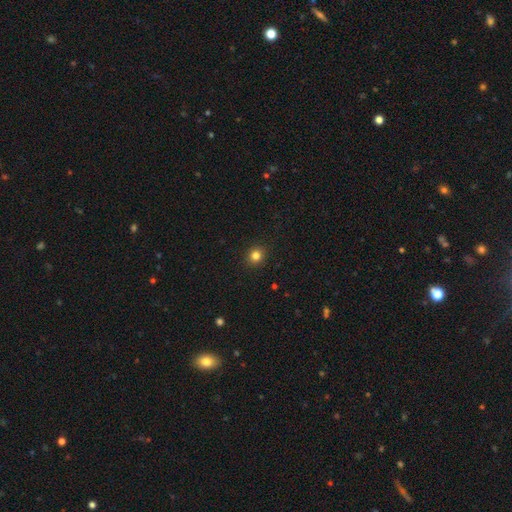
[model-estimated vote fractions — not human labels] This appears to be a smooth galaxy with no disk features (83%) that is round (85%). Merging: none (92%).